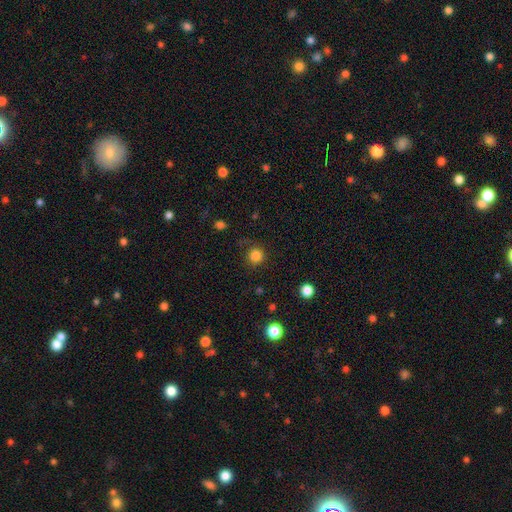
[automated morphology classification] A smooth galaxy with no disk features (83%) that is round (93%). Merging: none (81%).